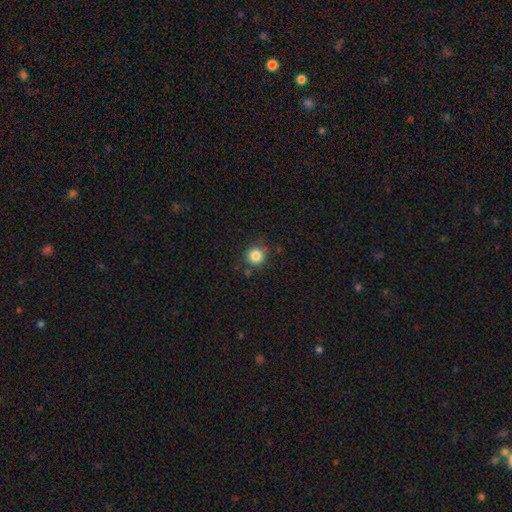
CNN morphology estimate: This is clearly a smooth galaxy (85%). How rounded: clearly round (93%). Merging: likely none (80%).